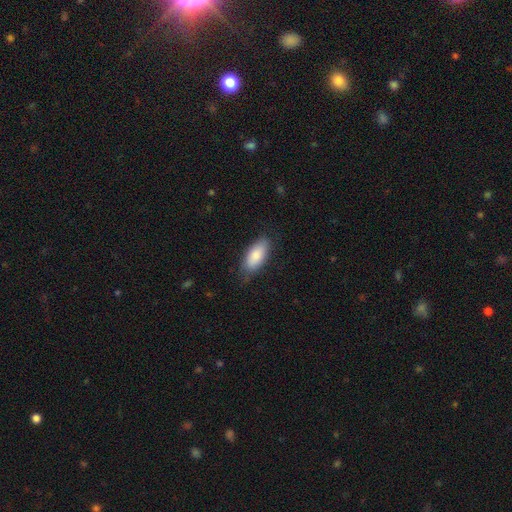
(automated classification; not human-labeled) A smooth galaxy with no disk features (83%) that is in between round and cigar-shaped (87%). Merging: none (75%).